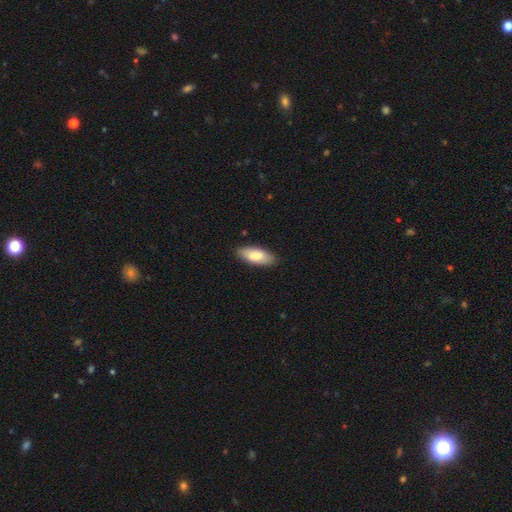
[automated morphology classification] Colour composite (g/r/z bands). It shows a smooth galaxy with no disk features (82%) that is in between round and cigar-shaped (81%). Merging: none (87%).